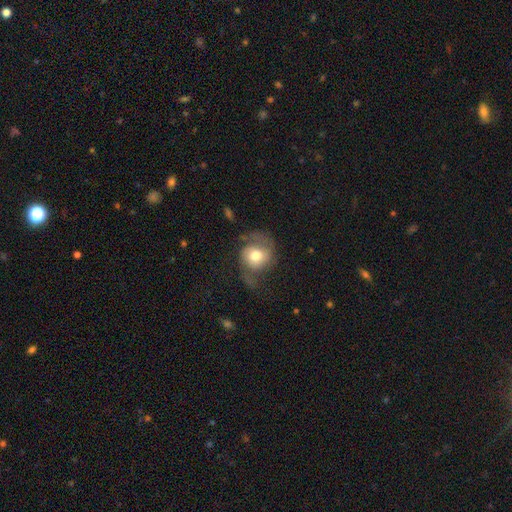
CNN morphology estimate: smooth-or-featured: featured or disk: 52% | smooth: 40% | star or artifact: 7%
  disk-edge-on: no: 97% | yes: 3%
    bar: no: 70% | weak: 25% | strong: 6%
    has-spiral-arms: yes: 83% | no: 17%
    bulge-size: moderate: 64% | large: 23% | small: 8% | dominant: 3% | none: 1%
  merging: none: 43% | major disturbance: 30% | minor disturbance: 24% | merger: 2%